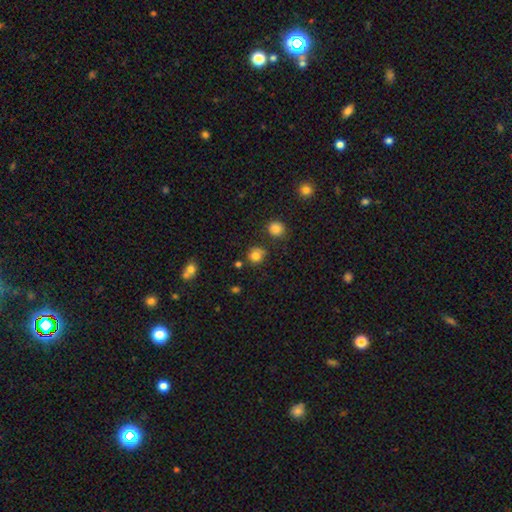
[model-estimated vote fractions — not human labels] This appears to be a smooth galaxy with no disk features (80%) that is round (87%). Merging: none (74%).